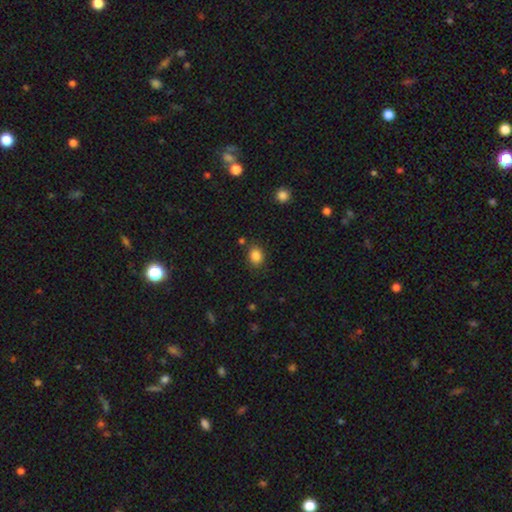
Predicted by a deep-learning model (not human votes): Overall: smooth (86%). How rounded: round (50%; in between 49%). Merging: none (82%).